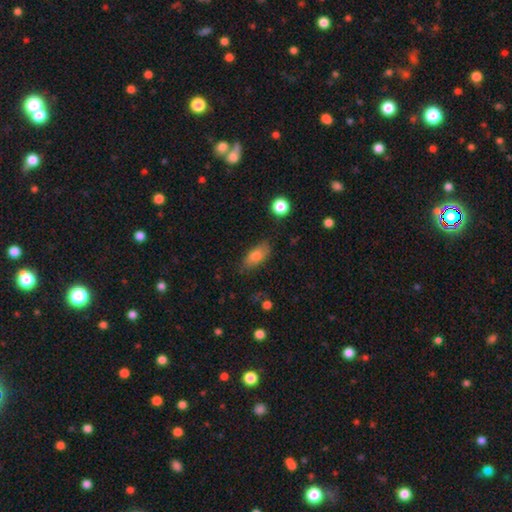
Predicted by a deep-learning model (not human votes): A smooth galaxy with no disk features (77%) that is in between round and cigar-shaped (83%). Merging: none (76%).